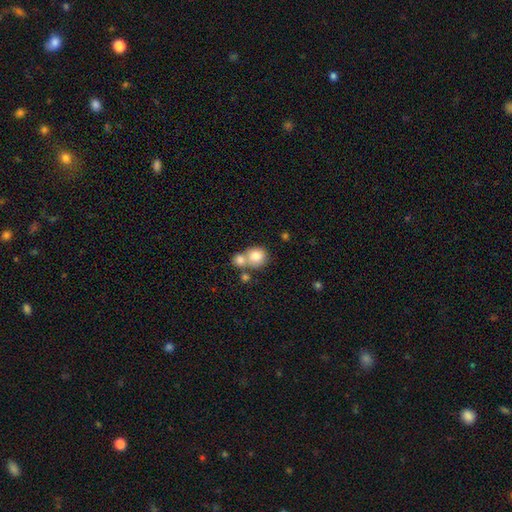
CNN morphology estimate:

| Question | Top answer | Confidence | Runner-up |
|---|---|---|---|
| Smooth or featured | smooth | 81% | featured or disk (11%) |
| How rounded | round | 80% | in between (19%) |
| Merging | merger | 51% | none (38%) |